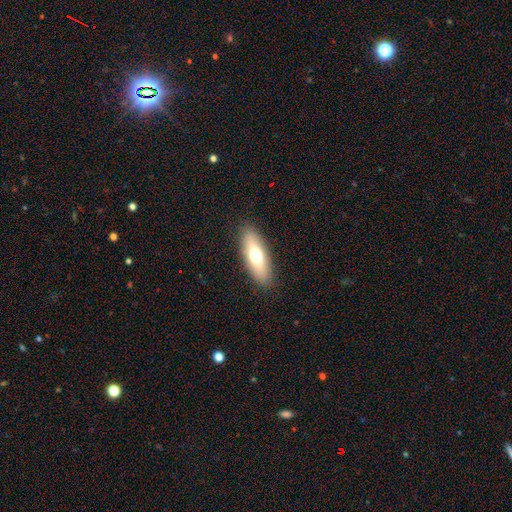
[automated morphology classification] This appears to be a smooth galaxy with no disk features (65%) that is in between round and cigar-shaped (61%). Merging: none (87%).